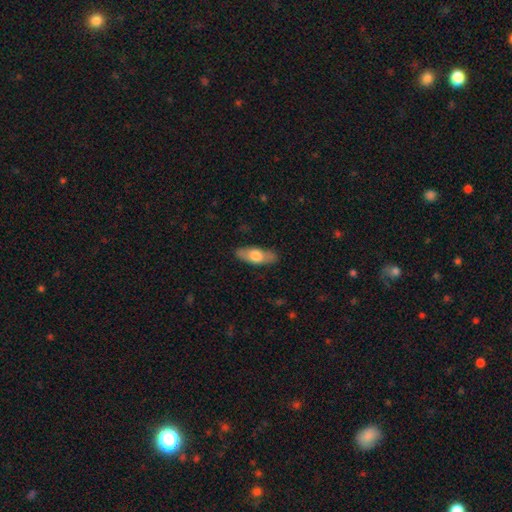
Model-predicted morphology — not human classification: Smooth or featured? Predicted: smooth (p=0.62). How rounded? Predicted: in between (p=0.72). Merging? Predicted: none (p=0.86).